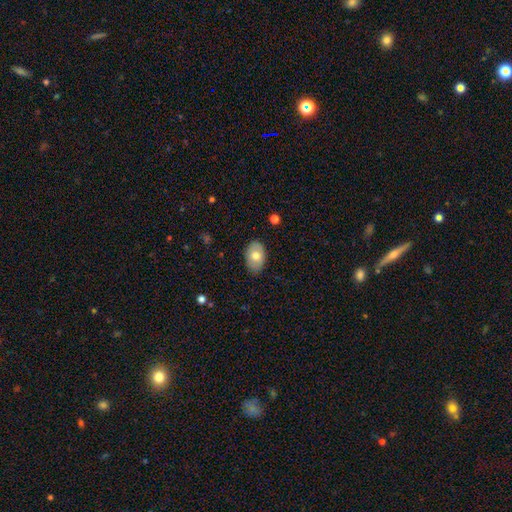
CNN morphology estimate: Q: Smooth or featured?
A: smooth (73%); runner-up: featured or disk (20%)
Q: How rounded?
A: in between (88%); runner-up: round (11%)
Q: Merging?
A: none (85%); runner-up: minor disturbance (12%)